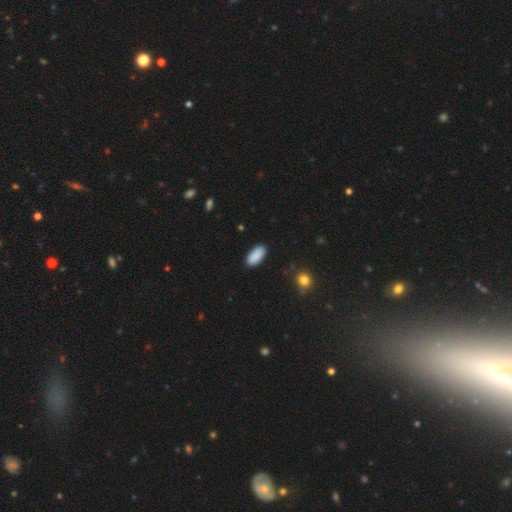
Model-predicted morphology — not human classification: A smooth galaxy with no disk features (90%) that is in between round and cigar-shaped (92%). Merging: none (88%).